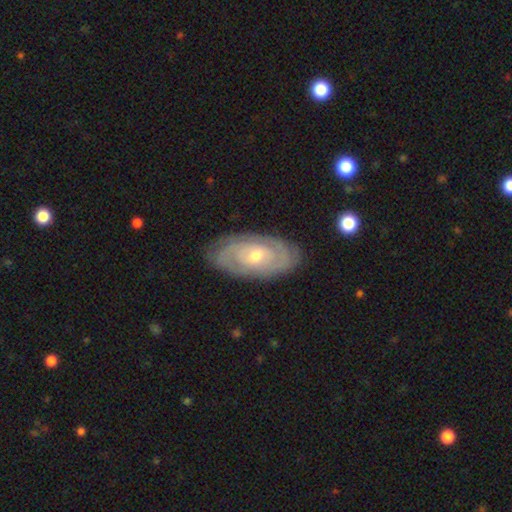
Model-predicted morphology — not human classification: Q: Smooth or featured?
A: featured or disk (84%); runner-up: smooth (11%)
Q: Edge-on disk?
A: no (94%); runner-up: yes (6%)
Q: Bar?
A: no (68%); runner-up: weak (25%)
Q: Spiral arms?
A: yes (93%); runner-up: no (7%)
Q: Spiral winding?
A: tight (80%); runner-up: medium (16%)
Q: Spiral arm count?
A: 2 (42%); runner-up: can't tell (32%)
Q: Bulge size?
A: moderate (50%); runner-up: small (47%)
Q: Merging?
A: none (83%); runner-up: minor disturbance (13%)